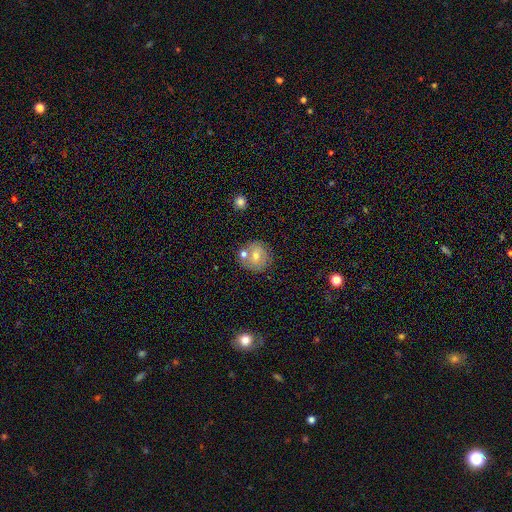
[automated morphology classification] Smooth or featured? Predicted: smooth (p=0.58). How rounded? Predicted: round (p=0.87). Merging? Predicted: none (p=0.65).